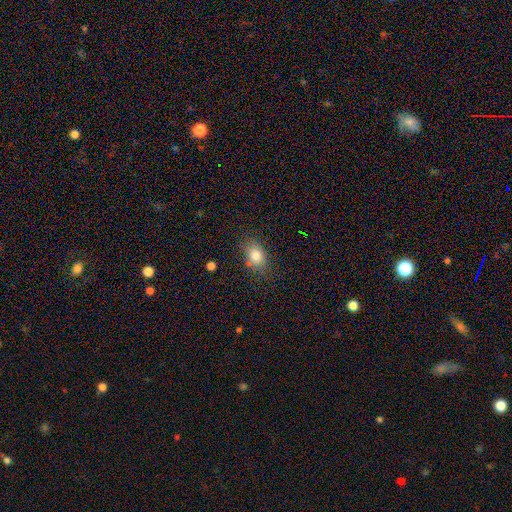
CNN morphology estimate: Smooth or featured?
  - smooth: 80% *
  - star or artifact: 11%
  - featured or disk: 9%
How rounded?
  - in between: 72% *
  - round: 26%
  - cigar-shaped: 2%
Merging?
  - none: 80% *
  - minor disturbance: 14%
  - major disturbance: 4%
  - merger: 2%